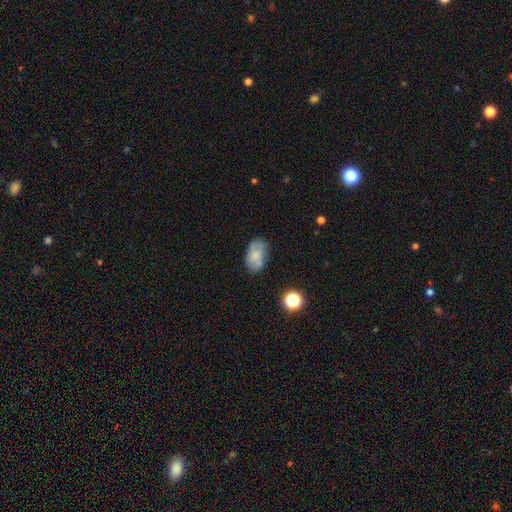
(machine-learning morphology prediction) This appears to be a smooth galaxy with no disk features (68%) that is in between round and cigar-shaped (89%). Merging: none (59%).